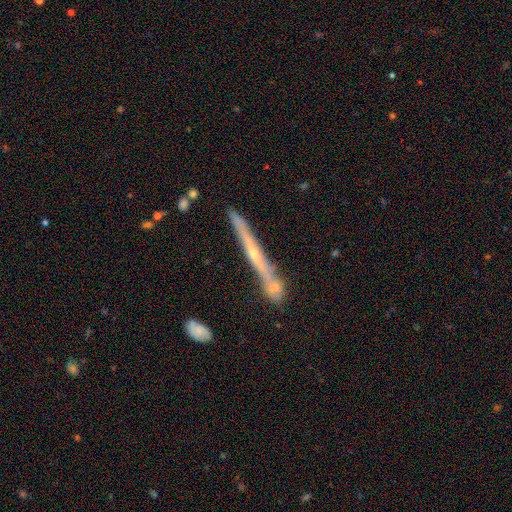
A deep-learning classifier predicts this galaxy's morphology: Smooth or featured? Predicted: featured or disk (p=0.72). Edge-on disk? Predicted: yes (p=0.96). Edge-on bulge? Predicted: rounded (p=0.56). Merging? Predicted: none (p=0.75).